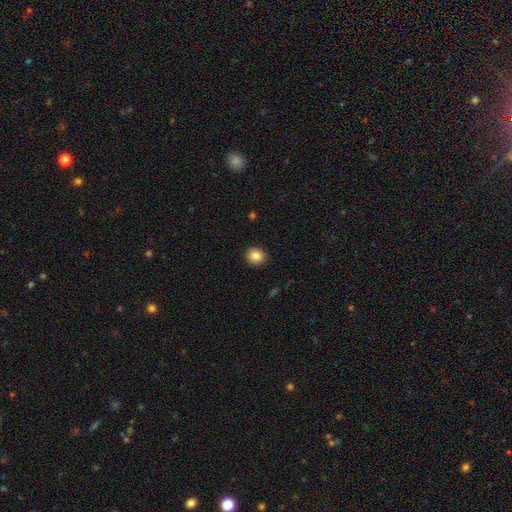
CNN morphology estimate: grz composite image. It shows a smooth galaxy with no disk features (86%) that is round (85%). Merging: none (91%).